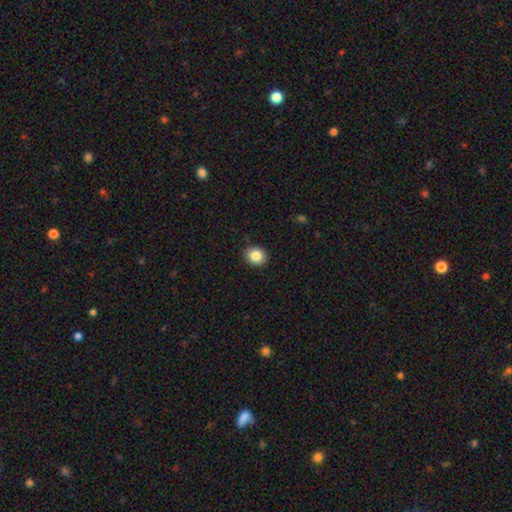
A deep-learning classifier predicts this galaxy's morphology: A smooth galaxy with no disk features (85%) that is round (61%). Merging: none (90%).